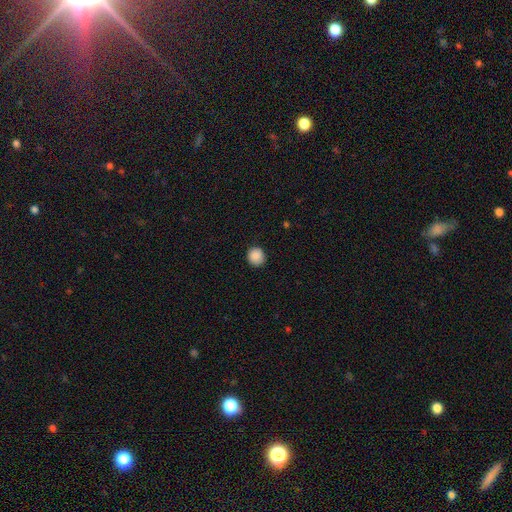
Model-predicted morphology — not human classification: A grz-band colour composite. It shows a smooth galaxy with no disk features (88%) that is round (88%). Merging: none (87%).